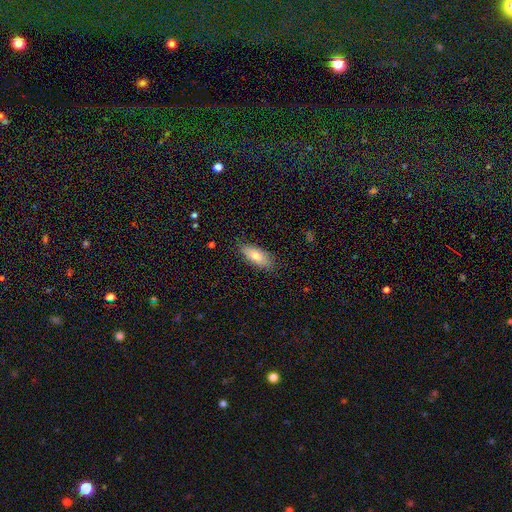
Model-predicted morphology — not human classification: This is likely a smooth galaxy (75%). How rounded: likely in between (75%). Merging: clearly none (83%).